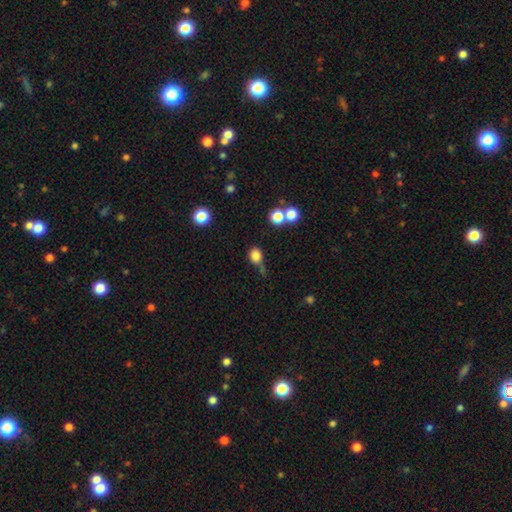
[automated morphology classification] smooth_or_featured: smooth (p=0.82) [alt: star or artifact p=0.12]
how_rounded: round (p=0.61) [alt: in between p=0.37]
merging: none (p=0.52) [alt: minor disturbance p=0.26]